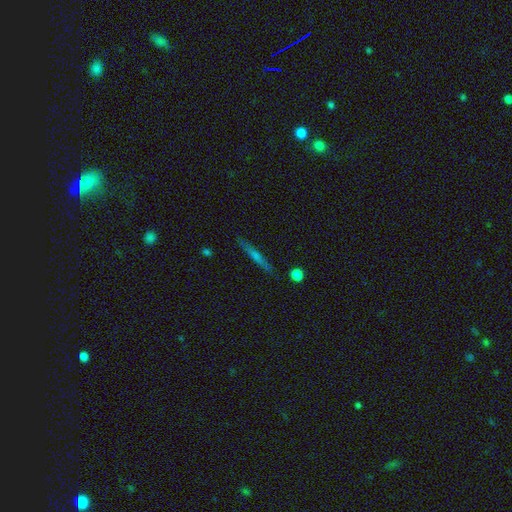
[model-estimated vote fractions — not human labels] Smooth or featured?
  - featured or disk: 57% *
  - smooth: 34%
  - star or artifact: 9%
Edge-on disk?
  - yes: 96% *
  - no: 4%
Edge-on bulge?
  - rounded: 50% *
  - none: 42%
  - boxy: 9%
Merging?
  - none: 89% *
  - minor disturbance: 8%
  - merger: 2%
  - major disturbance: 2%